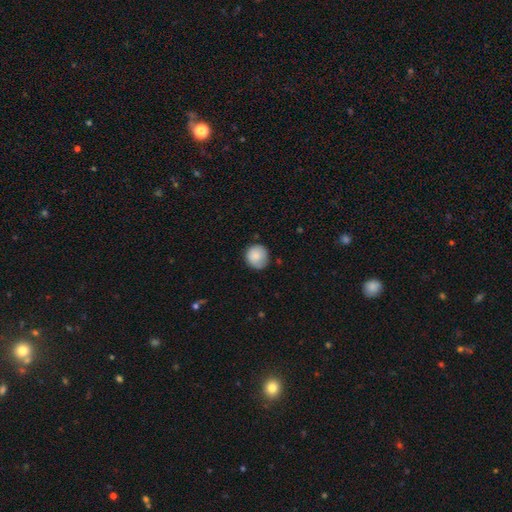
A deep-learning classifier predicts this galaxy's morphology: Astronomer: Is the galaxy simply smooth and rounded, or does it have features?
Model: smooth — 85%.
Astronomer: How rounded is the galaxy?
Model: round — 89%.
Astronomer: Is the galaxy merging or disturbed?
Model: none — 75%.